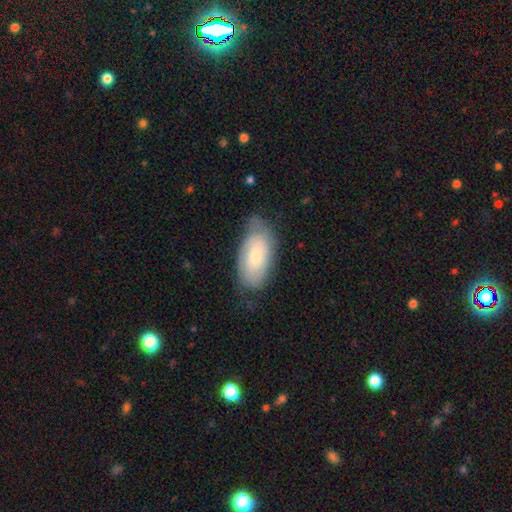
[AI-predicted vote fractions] A smooth galaxy with no disk features (60%) that is in between round and cigar-shaped (93%).

Vote fractions:
- Smooth or featured? smooth: 60% / featured or disk: 33% / star or artifact: 7%
- How rounded? in between: 93% / cigar-shaped: 4% / round: 3%
- Merging? none: 62% / minor disturbance: 29% / major disturbance: 8% / merger: 1%